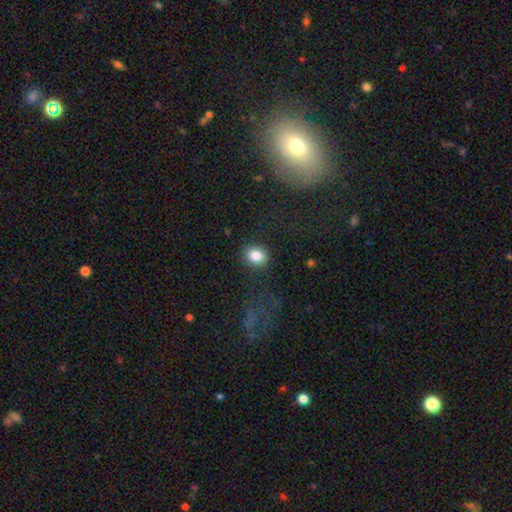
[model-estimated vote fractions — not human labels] Smooth or featured? smooth (84%)
How rounded? round (58%)
Merging? none (86%)